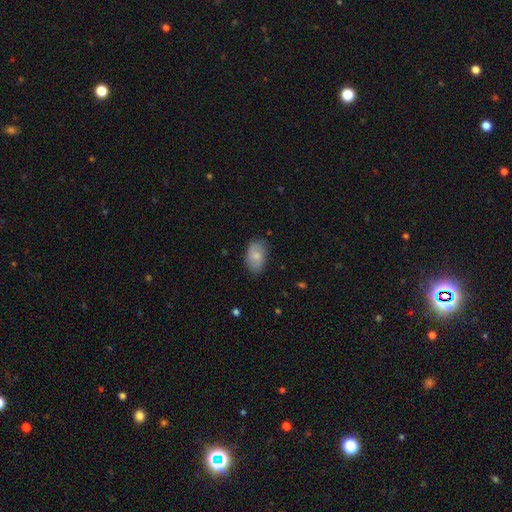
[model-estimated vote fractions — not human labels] Smooth or featured? Predicted: smooth (p=0.75). How rounded? Predicted: in between (p=0.91). Merging? Predicted: none (p=0.76).